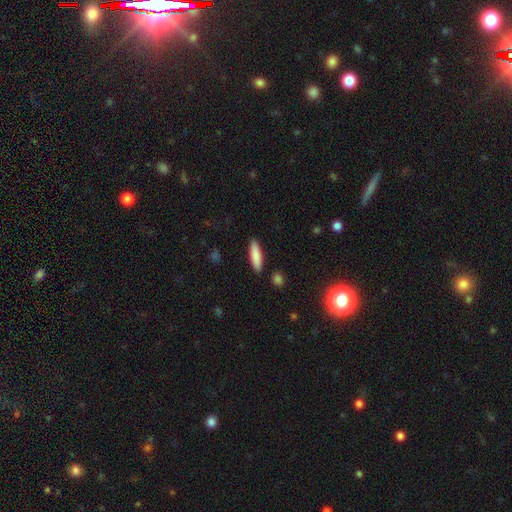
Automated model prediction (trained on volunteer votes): Smooth or featured? Predicted: smooth (p=0.84). How rounded? Predicted: cigar-shaped (p=0.63). Merging? Predicted: none (p=0.89).